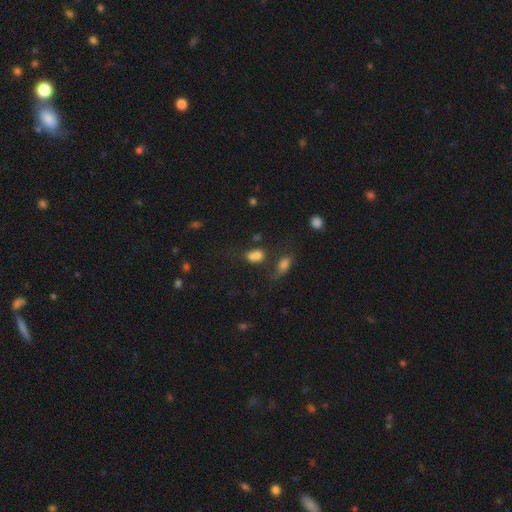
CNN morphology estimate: A smooth galaxy with no disk features (71%) that is round (50%).

Vote fractions:
- Smooth or featured? smooth: 71% / star or artifact: 17% / featured or disk: 13%
- How rounded? round: 50% / in between: 47% / cigar-shaped: 3%
- Merging? merger: 50% / none: 31% / minor disturbance: 11% / major disturbance: 8%